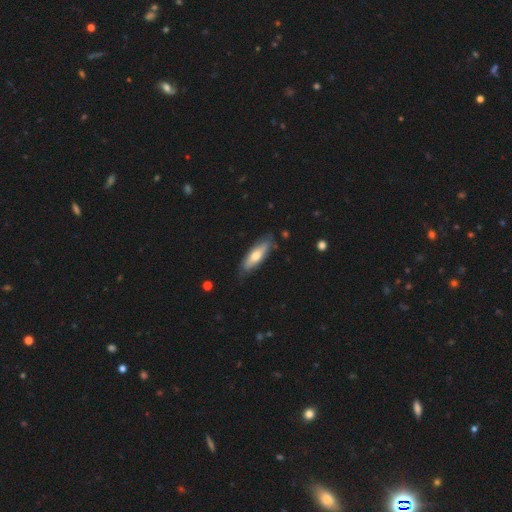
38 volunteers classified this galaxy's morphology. Smooth or featured?
  - smooth: 61% *
  - featured or disk: 34%
  - star or artifact: 5%
How rounded?
  - in between: 57% *
  - cigar-shaped: 43%
  - round: 0%
Merging?
  - none: 81% *
  - minor disturbance: 19%
  - major disturbance: 0%
  - merger: 0%